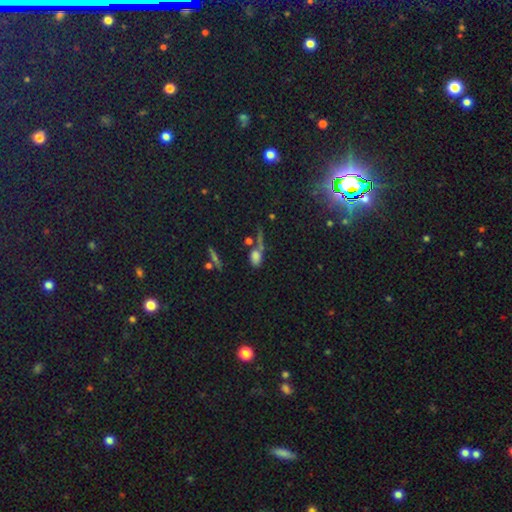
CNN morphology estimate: smooth_or_featured: smooth (p=0.66) [alt: star or artifact p=0.21]
how_rounded: in between (p=0.73) [alt: round p=0.16]
merging: none (p=0.49) [alt: merger p=0.24]